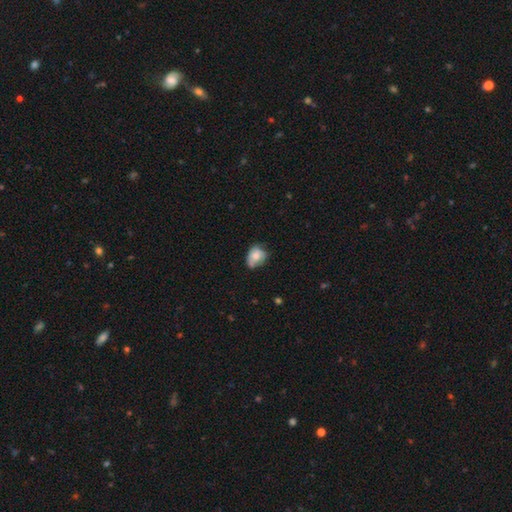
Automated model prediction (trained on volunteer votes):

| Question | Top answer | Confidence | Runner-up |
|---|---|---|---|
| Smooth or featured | smooth | 67% | featured or disk (24%) |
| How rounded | in between | 59% | round (40%) |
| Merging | none | 42% | minor disturbance (39%) |